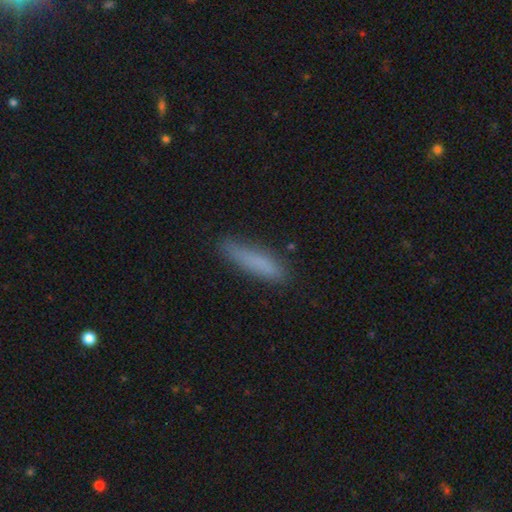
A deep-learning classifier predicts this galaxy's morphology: The model was most divided on "smooth or featured": smooth: 79%, featured or disk: 13%, star or artifact: 9%. More confident: how rounded — cigar-shaped (82%); merging — none (81%).